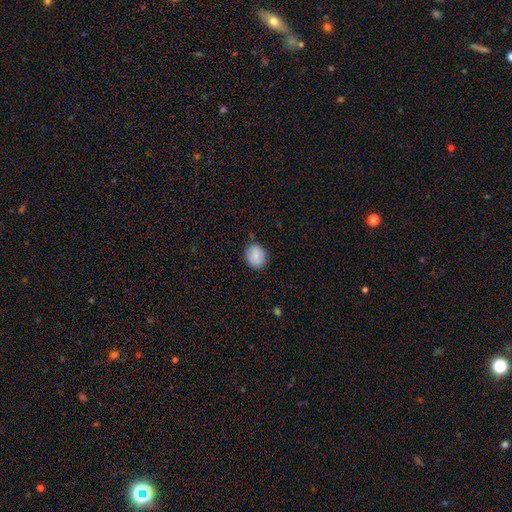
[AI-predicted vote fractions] Smooth or featured? smooth (84%)
How rounded? round (59%)
Merging? none (83%)